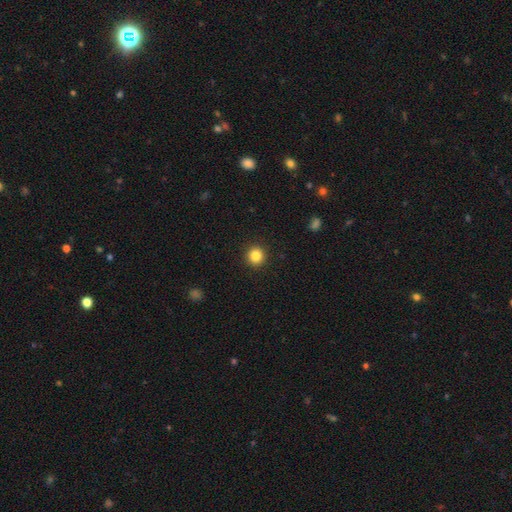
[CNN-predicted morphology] Smooth or featured? smooth (84%)
How rounded? round (94%)
Merging? none (93%)